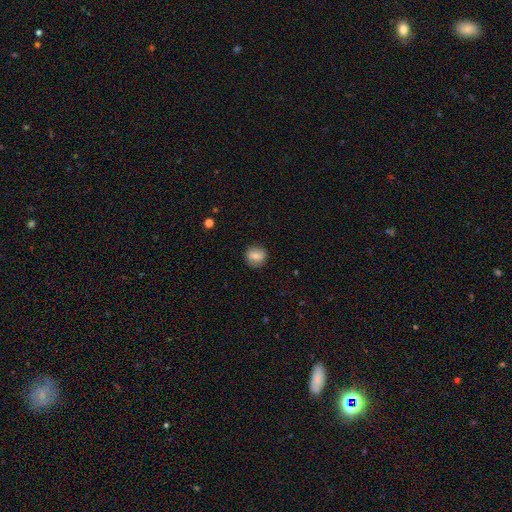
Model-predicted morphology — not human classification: Smooth or featured?
  - smooth: 63% *
  - featured or disk: 28%
  - star or artifact: 9%
How rounded?
  - round: 88% *
  - in between: 11%
  - cigar-shaped: 1%
Merging?
  - none: 86% *
  - minor disturbance: 10%
  - major disturbance: 3%
  - merger: 1%